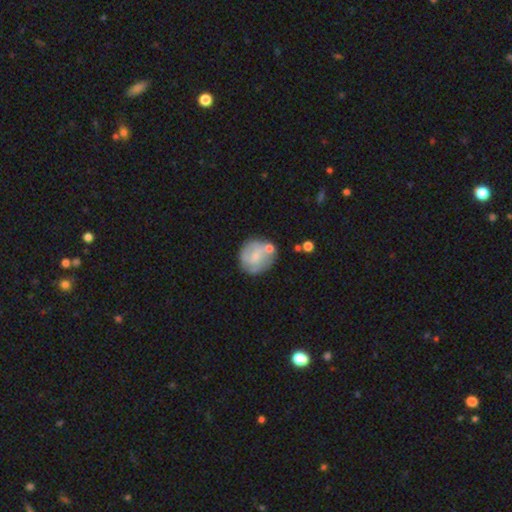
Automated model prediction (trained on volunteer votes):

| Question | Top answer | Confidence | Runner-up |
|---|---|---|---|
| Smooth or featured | smooth | 50% | featured or disk (42%) |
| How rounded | round | 88% | in between (11%) |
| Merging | none | 61% | minor disturbance (19%) |